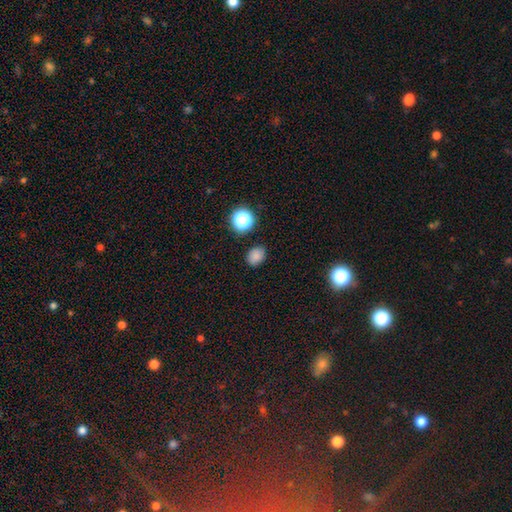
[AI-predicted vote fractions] This appears to be a smooth galaxy with no disk features (80%) that is in between round and cigar-shaped (54%). Merging: none (82%).